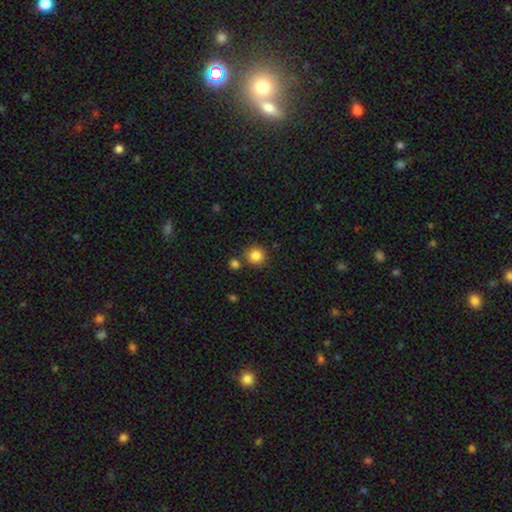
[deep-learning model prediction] smooth 85%, star or artifact 10%, featured or disk 5%. Down the decision tree: how rounded — round (92%); merging — none (77%).